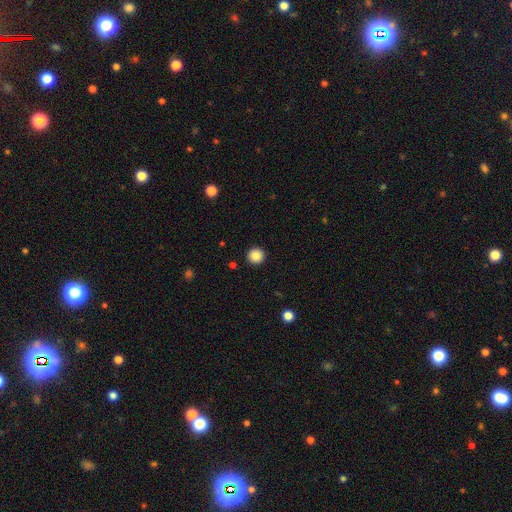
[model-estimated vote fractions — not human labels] A smooth galaxy with no disk features (86%) that is round (96%). Merging: none (93%).